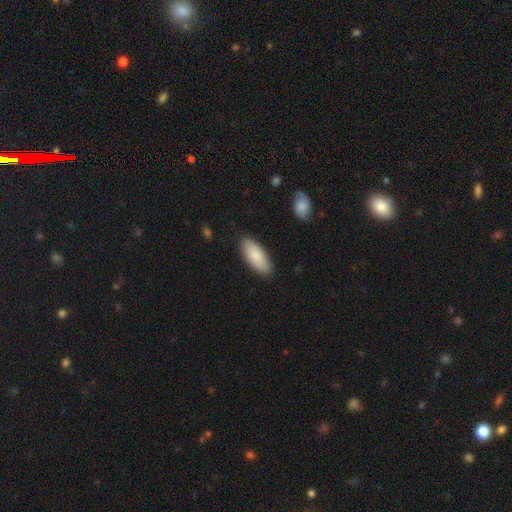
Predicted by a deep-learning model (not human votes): The model was most divided on "how rounded": in between: 85%, cigar-shaped: 13%, round: 2%. More confident: merging — none (87%); smooth or featured — smooth (85%).